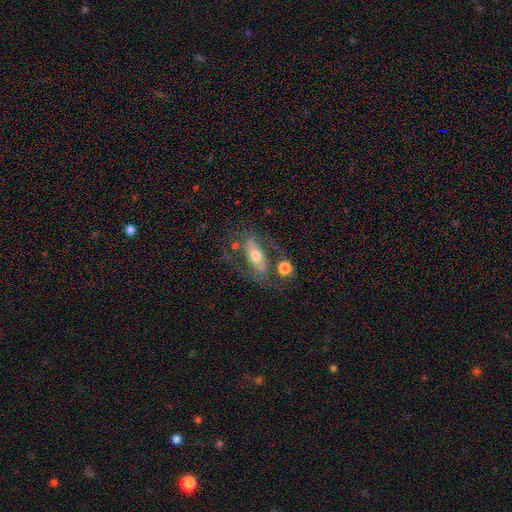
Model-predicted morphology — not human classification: This is possibly a featured or disk galaxy (52%). It is likely not viewed edge-on (78%). Merging: possibly none (50%).